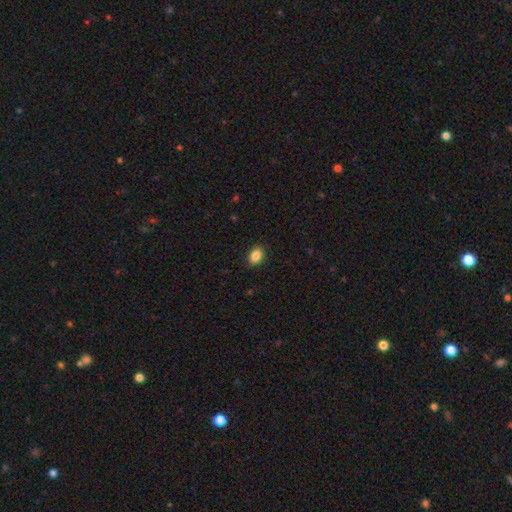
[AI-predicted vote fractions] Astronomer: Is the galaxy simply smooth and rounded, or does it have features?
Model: smooth — 88%.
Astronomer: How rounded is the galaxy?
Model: in between — 74%.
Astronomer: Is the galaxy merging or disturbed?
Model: none — 90%.